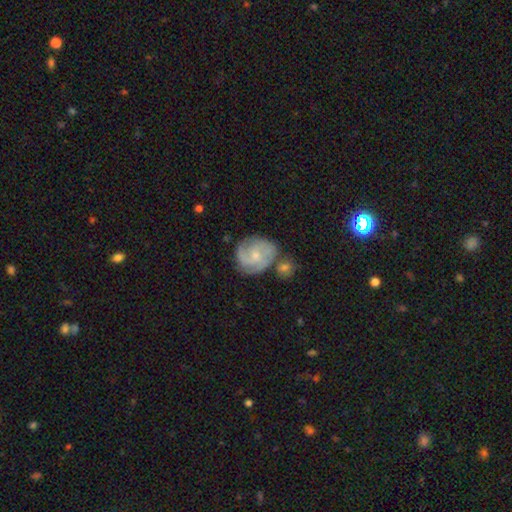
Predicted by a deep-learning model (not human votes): Smooth or featured: featured or disk — 75% (smooth — 19%)
Edge-on disk: no — 98% (yes — 2%)
Bar: no — 66% (weak — 30%)
Spiral arms: yes — 94% (no — 6%)
Spiral winding: tight — 49% (medium — 40%)
Spiral arm count: 3 — 36% (2 — 32%)
Bulge size: small — 63% (moderate — 32%)
Merging: none — 61% (minor disturbance — 20%)